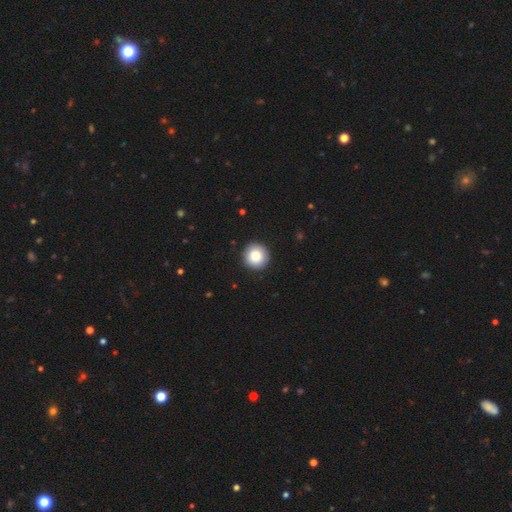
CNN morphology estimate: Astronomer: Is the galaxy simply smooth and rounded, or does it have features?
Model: smooth — 83%.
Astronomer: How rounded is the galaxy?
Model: round — 95%.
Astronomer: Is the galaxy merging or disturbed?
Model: none — 92%.